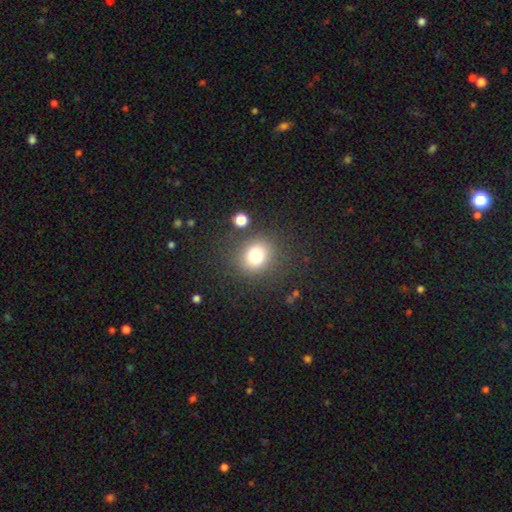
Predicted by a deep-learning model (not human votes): smooth_or_featured: smooth (p=0.77) [alt: star or artifact p=0.14]
how_rounded: round (p=0.82) [alt: in between p=0.17]
merging: none (p=0.83) [alt: minor disturbance p=0.09]